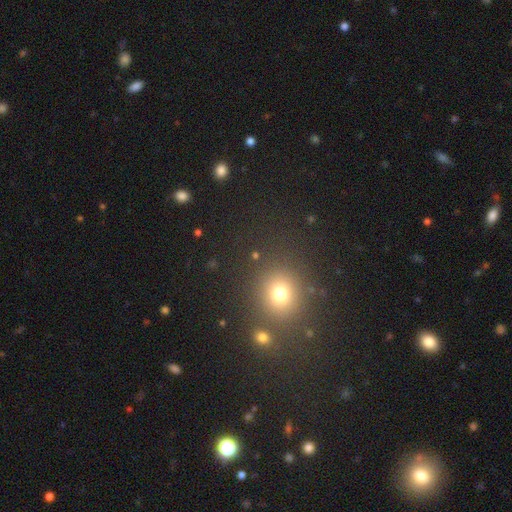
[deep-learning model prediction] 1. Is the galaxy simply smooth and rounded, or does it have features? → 66% smooth, 26% star or artifact, 8% featured or disk.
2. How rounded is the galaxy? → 81% round, 18% in between, 1% cigar-shaped.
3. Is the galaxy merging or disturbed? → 83% none, 8% minor disturbance, 6% merger, 4% major disturbance.